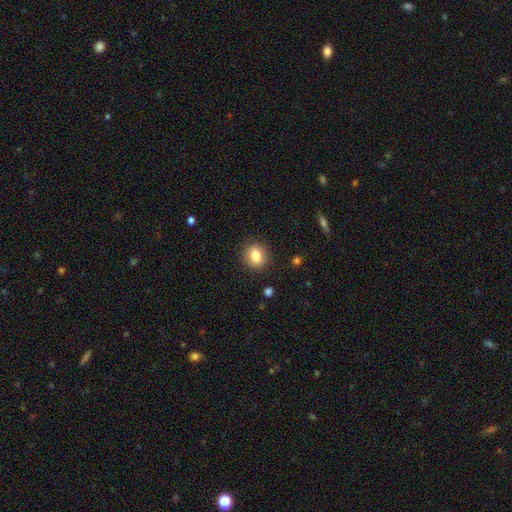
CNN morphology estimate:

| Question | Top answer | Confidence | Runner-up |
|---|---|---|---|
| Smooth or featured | smooth | 83% | star or artifact (9%) |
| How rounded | round | 60% | in between (39%) |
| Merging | none | 88% | minor disturbance (9%) |